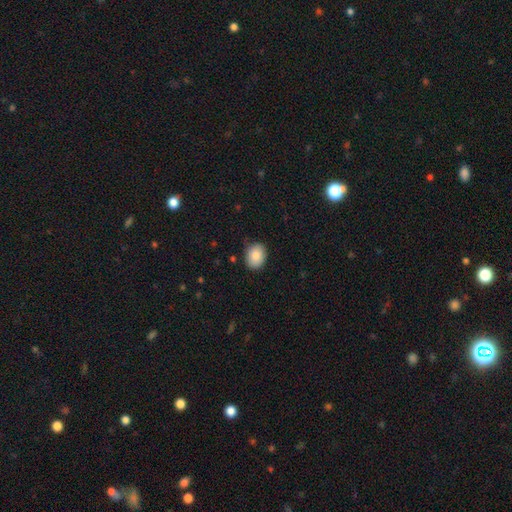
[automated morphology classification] Overall: smooth (86%). How rounded: in between (57%; round 42%). Merging: none (82%).